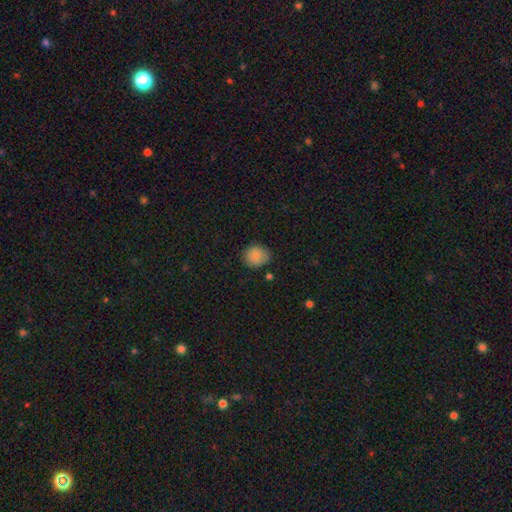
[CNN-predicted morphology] Q: Smooth or featured?
A: smooth (84%); runner-up: star or artifact (9%)
Q: How rounded?
A: round (74%); runner-up: in between (25%)
Q: Merging?
A: none (80%); runner-up: minor disturbance (15%)